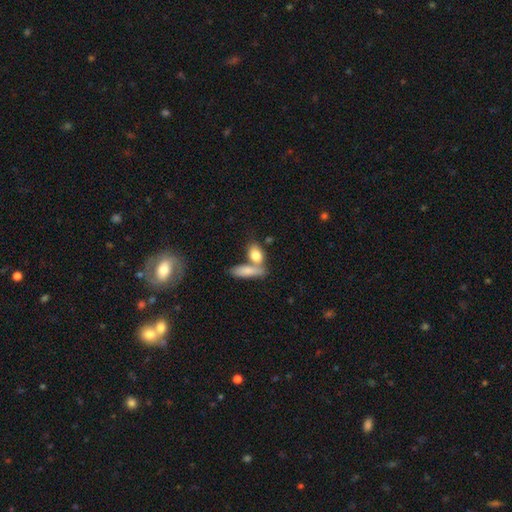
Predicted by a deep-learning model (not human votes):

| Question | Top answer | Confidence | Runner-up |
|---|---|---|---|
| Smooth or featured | smooth | 81% | featured or disk (13%) |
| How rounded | in between | 78% | cigar-shaped (13%) |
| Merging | none | 44% | merger (42%) |